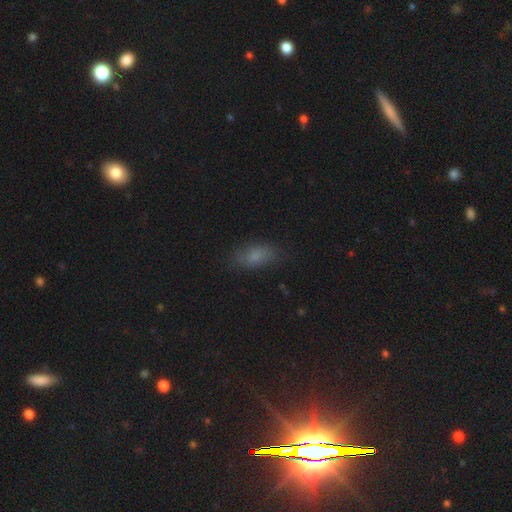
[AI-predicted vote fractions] smooth-or-featured: smooth: 75% | featured or disk: 13% | star or artifact: 12%
  how-rounded: in between: 86% | cigar-shaped: 8% | round: 6%
  merging: none: 77% | minor disturbance: 16% | major disturbance: 5% | merger: 1%